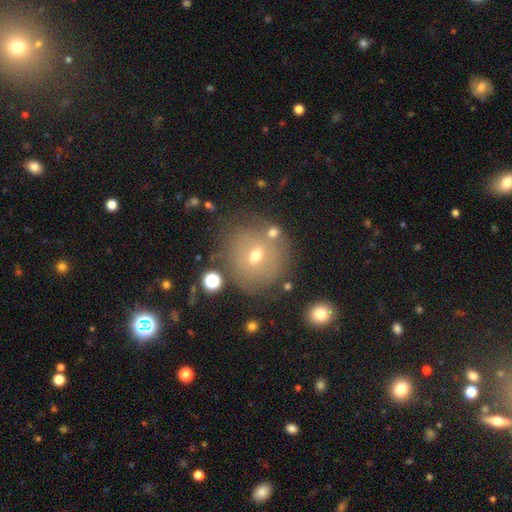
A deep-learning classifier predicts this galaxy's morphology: type=smooth (55%); roundness=round (86%); merging=none (73%).